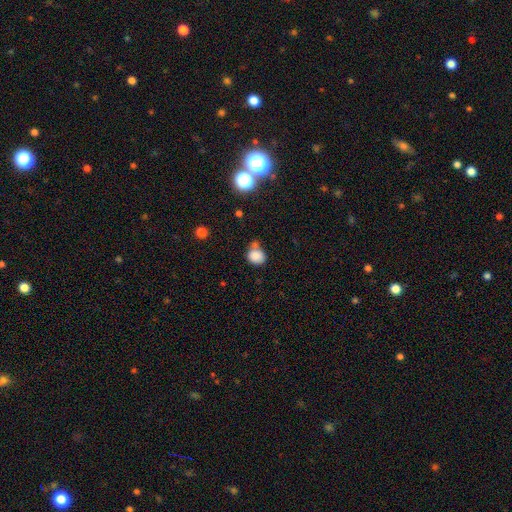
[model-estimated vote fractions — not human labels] smooth-or-featured: smooth: 83% | star or artifact: 11% | featured or disk: 6%
  how-rounded: round: 68% | in between: 31% | cigar-shaped: 1%
  merging: none: 50% | merger: 24% | minor disturbance: 19% | major disturbance: 6%